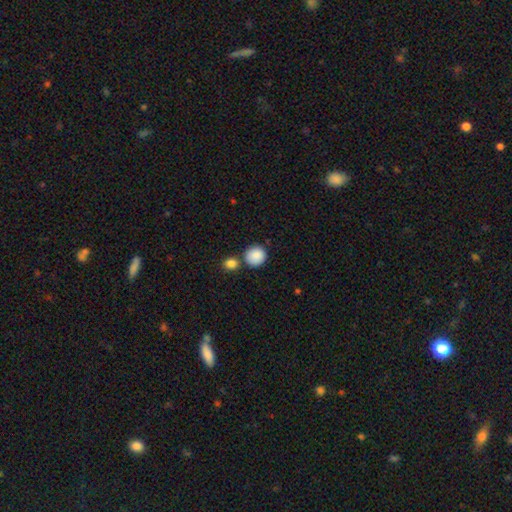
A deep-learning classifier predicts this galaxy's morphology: This is clearly a smooth galaxy (88%). How rounded: clearly round (87%). Merging: likely none (71%).